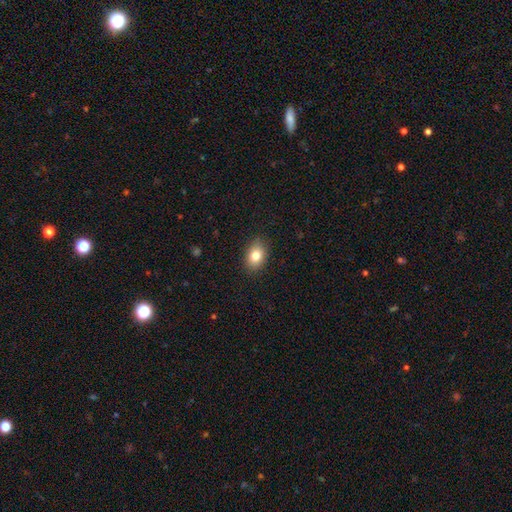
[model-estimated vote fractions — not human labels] Overall: smooth (81%). How rounded: in between (75%). Merging: none (87%).